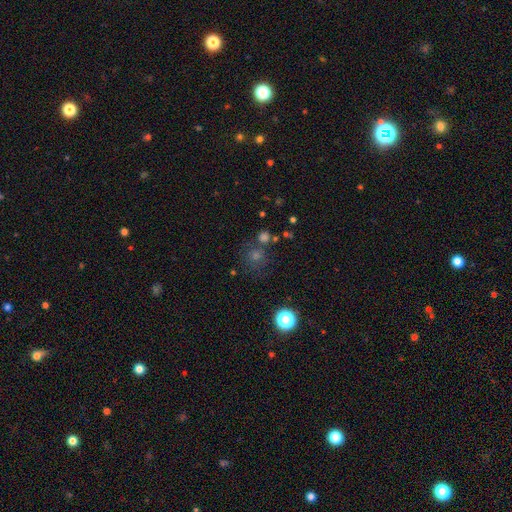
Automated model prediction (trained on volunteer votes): A smooth galaxy with no disk features (50%).

Vote fractions:
- Smooth or featured? smooth: 50% / star or artifact: 38% / featured or disk: 12%
- Merging? none: 71% / merger: 14% / minor disturbance: 10% / major disturbance: 5%